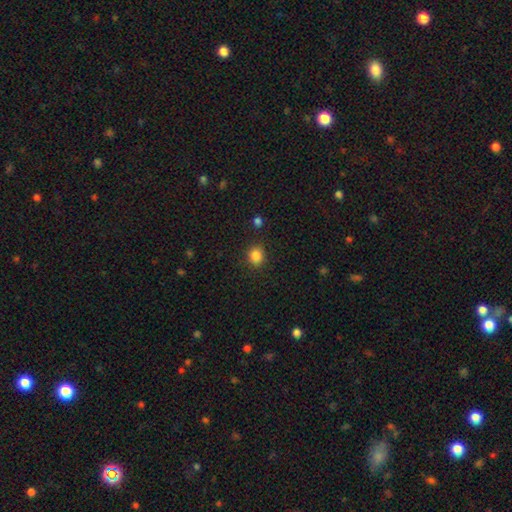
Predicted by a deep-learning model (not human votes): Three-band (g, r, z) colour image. It shows a smooth galaxy with no disk features (85%) that is round (79%). Merging: none (87%).